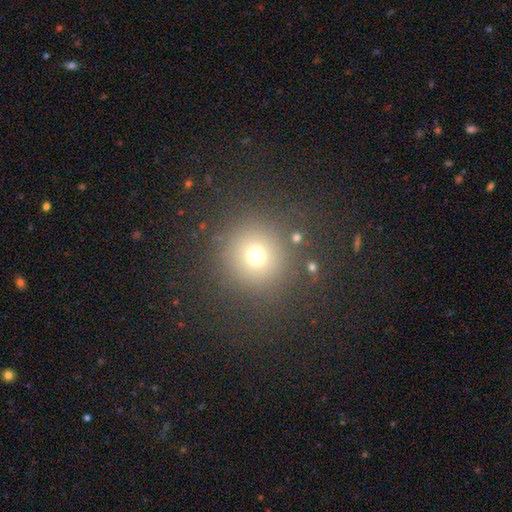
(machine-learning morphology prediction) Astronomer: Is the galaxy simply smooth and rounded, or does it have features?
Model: smooth — 69%.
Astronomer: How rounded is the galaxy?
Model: round — 94%.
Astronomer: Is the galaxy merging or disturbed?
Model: none — 85%.